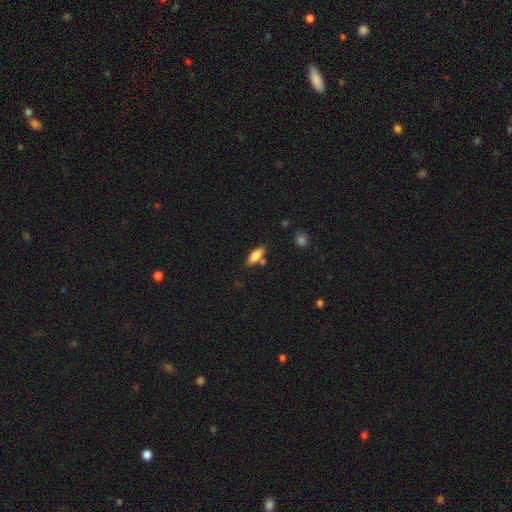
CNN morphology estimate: Q: Smooth or featured?
A: smooth (76%); runner-up: featured or disk (17%)
Q: How rounded?
A: in between (75%); runner-up: cigar-shaped (23%)
Q: Merging?
A: none (72%); runner-up: minor disturbance (16%)